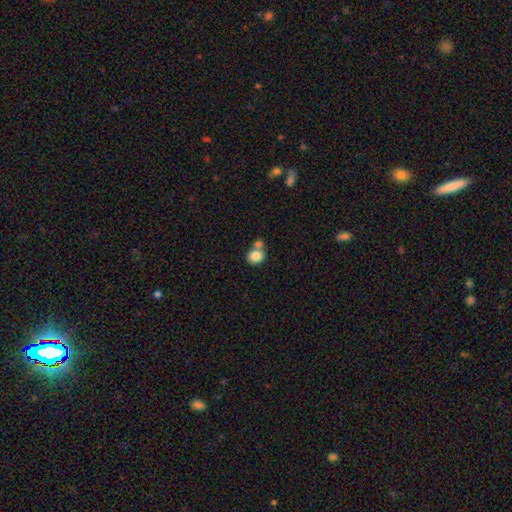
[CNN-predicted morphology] Smooth or featured? Predicted: smooth (p=0.84). How rounded? Predicted: round (p=0.67). Merging? Predicted: none (p=0.49).